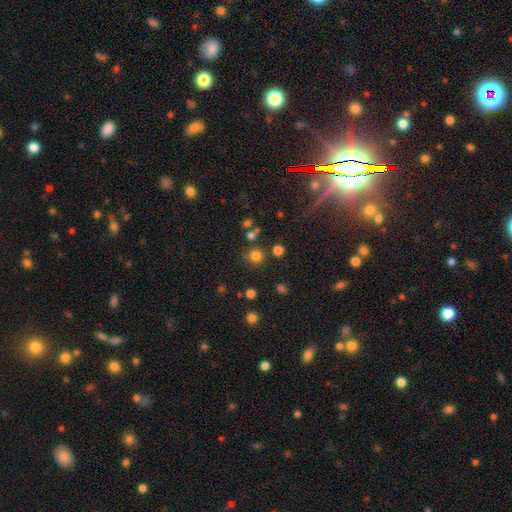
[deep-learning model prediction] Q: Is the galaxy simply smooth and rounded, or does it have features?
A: smooth — 77%.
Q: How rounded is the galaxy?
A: round — 91%.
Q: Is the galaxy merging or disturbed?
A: none — 78%.